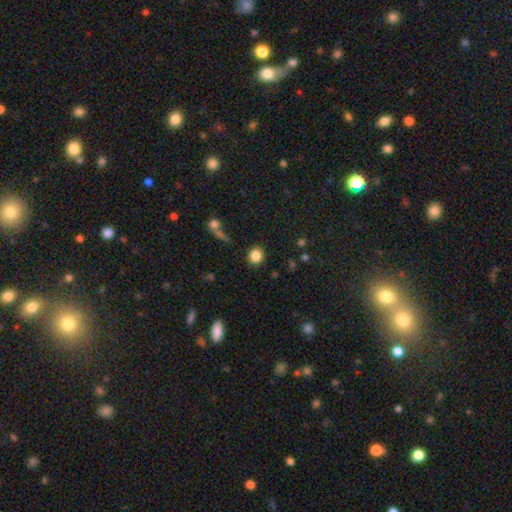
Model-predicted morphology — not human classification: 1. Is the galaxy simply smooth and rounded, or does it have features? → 85% smooth, 10% star or artifact, 5% featured or disk.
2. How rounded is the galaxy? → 83% round, 15% in between, 1% cigar-shaped.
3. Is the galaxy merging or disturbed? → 88% none, 7% minor disturbance, 3% major disturbance, 3% merger.